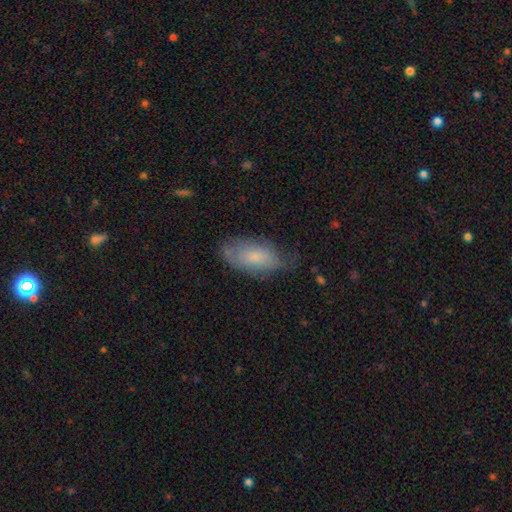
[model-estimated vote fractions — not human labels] Smooth or featured: smooth — 55% (featured or disk — 29%)
How rounded: in between — 87% (cigar-shaped — 10%)
Merging: none — 69% (minor disturbance — 24%)